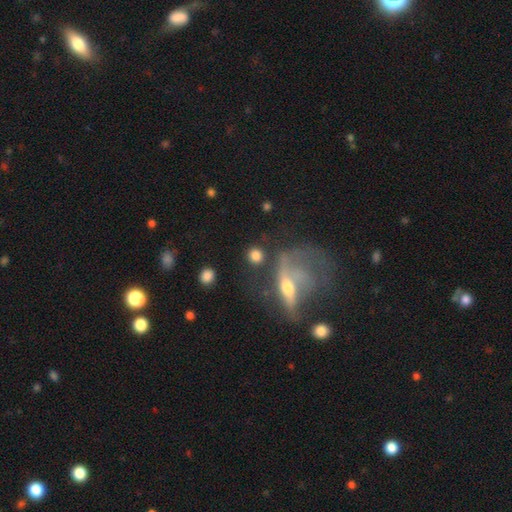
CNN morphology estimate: type=smooth (80%); roundness=round (88%); merging=none (77%).